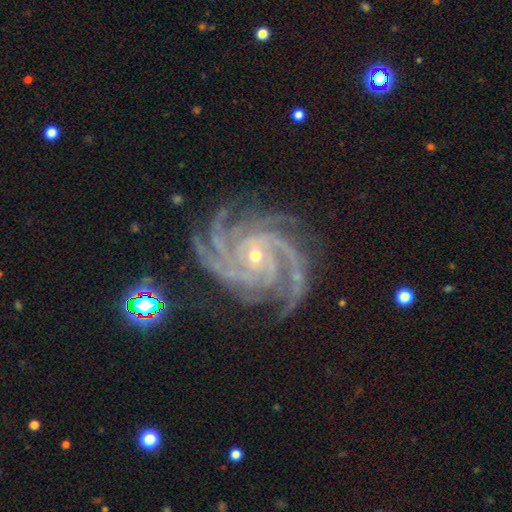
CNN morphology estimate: This appears to be a featured or disk galaxy (93%) with no bar (64%), more than 4 (31%, tied with 4) tight (69%) spiral arms (99%) and a small central bulge (69%). Merging: none (77%).